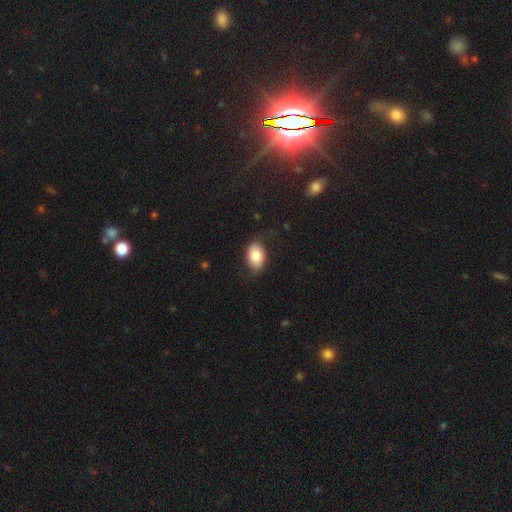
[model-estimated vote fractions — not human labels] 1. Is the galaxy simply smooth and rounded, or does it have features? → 80% smooth, 13% featured or disk, 7% star or artifact.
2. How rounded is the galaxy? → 85% in between, 14% round, 1% cigar-shaped.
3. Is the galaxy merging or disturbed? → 71% none, 20% minor disturbance, 7% major disturbance, 1% merger.